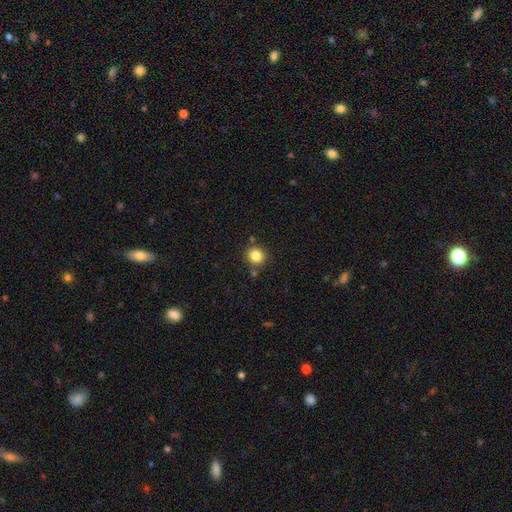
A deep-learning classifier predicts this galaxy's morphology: A smooth galaxy with no disk features (84%) that is round (90%).

Vote fractions:
- Smooth or featured? smooth: 84% / star or artifact: 11% / featured or disk: 5%
- How rounded? round: 90% / in between: 9% / cigar-shaped: 1%
- Merging? none: 82% / minor disturbance: 9% / merger: 7% / major disturbance: 3%